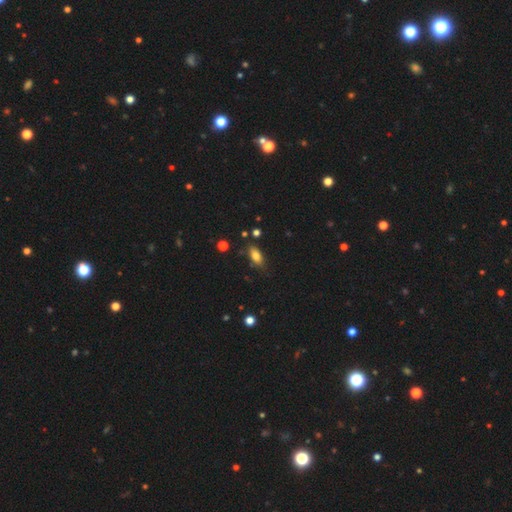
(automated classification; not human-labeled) Smooth or featured? Predicted: smooth (p=0.80). How rounded? Predicted: in between (p=0.85). Merging? Predicted: none (p=0.74).